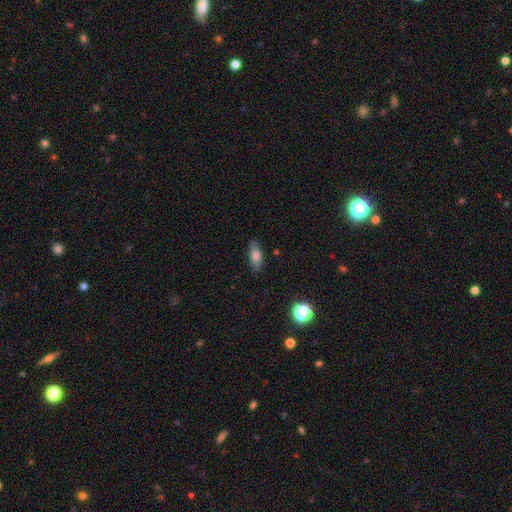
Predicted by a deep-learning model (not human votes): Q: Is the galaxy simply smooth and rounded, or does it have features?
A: smooth — 74%.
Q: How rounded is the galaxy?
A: in between — 77%.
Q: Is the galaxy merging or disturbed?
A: none — 81%.